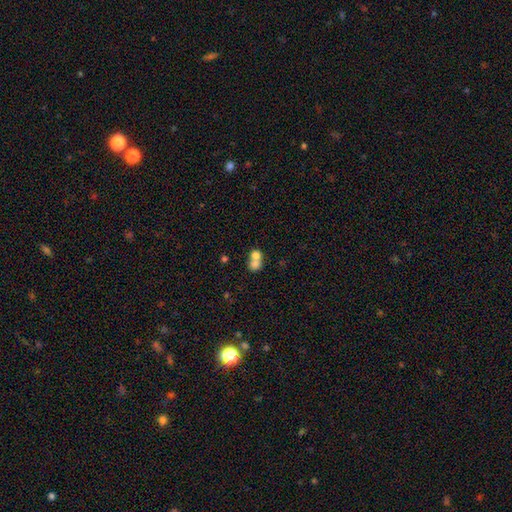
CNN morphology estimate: smooth 73%, featured or disk 17%, star or artifact 10%. Down the decision tree: how rounded — round (65%); merging — merger (69%).